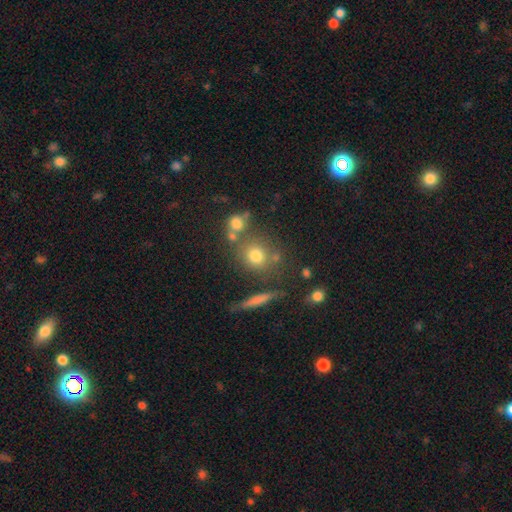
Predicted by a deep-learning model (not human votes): Overall: smooth (70%). How rounded: round (79%). Merging: none (65%).